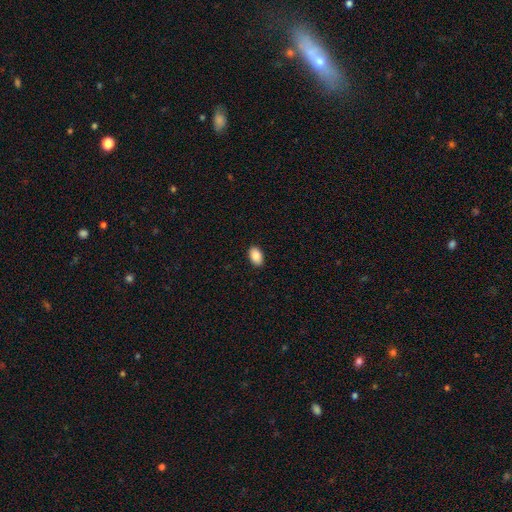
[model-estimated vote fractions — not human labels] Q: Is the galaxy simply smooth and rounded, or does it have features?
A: smooth — 86%.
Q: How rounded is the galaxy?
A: in between — 91%.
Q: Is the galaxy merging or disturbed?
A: none — 90%.